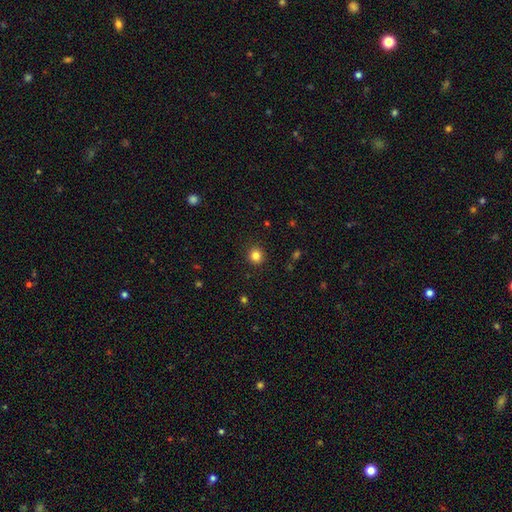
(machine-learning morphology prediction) The model was most divided on "smooth or featured": smooth: 83%, star or artifact: 12%, featured or disk: 5%. More confident: merging — none (91%); how rounded — round (91%).